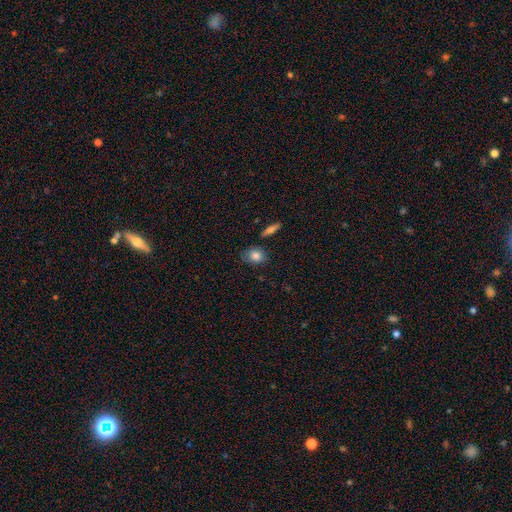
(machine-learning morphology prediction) The model was most divided on "how rounded": round: 59%, in between: 38%, cigar-shaped: 3%. More confident: smooth or featured — smooth (82%); merging — none (76%).